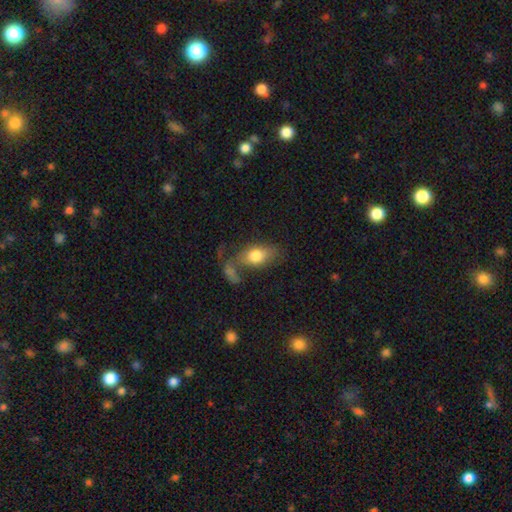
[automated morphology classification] A smooth galaxy with no disk features (72%) that is in between round and cigar-shaped (86%).

Vote fractions:
- Smooth or featured? smooth: 72% / featured or disk: 21% / star or artifact: 7%
- How rounded? in between: 86% / round: 10% / cigar-shaped: 4%
- Merging? none: 38% / merger: 24% / major disturbance: 21% / minor disturbance: 18%